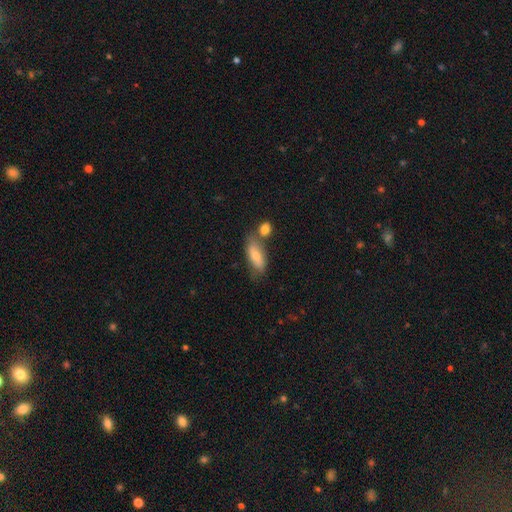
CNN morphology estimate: smooth_or_featured: smooth (p=0.68) [alt: featured or disk p=0.25]
how_rounded: in between (p=0.75) [alt: cigar-shaped p=0.21]
merging: none (p=0.53) [alt: merger p=0.23]